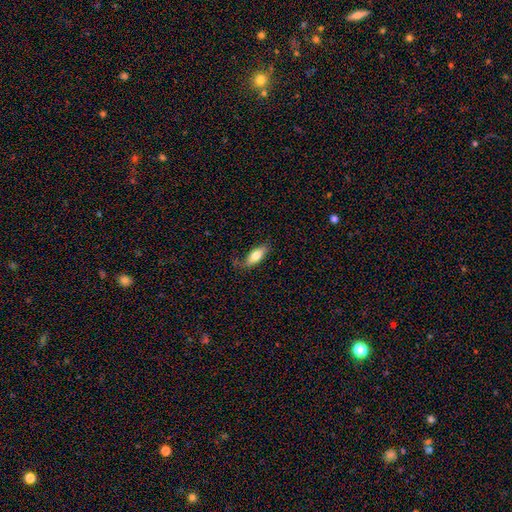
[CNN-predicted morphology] Smooth or featured? Predicted: smooth (p=0.77). How rounded? Predicted: in between (p=0.77). Merging? Predicted: none (p=0.69).